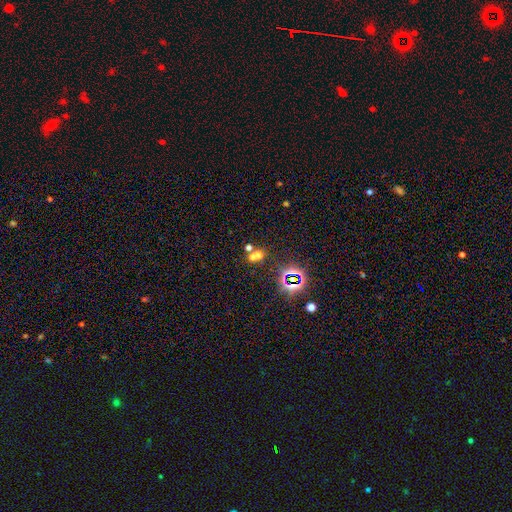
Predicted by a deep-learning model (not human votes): Smooth or featured? smooth (47%)
Merging? merger (45%)